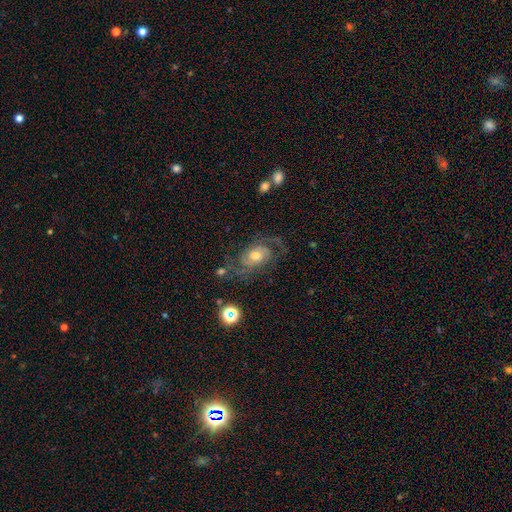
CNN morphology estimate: This appears to be a featured or disk galaxy (85%) with no bar (62%), 2 (72%) medium (50%) spiral arms (97%) and a moderate central bulge (68%). Merging: none (70%).